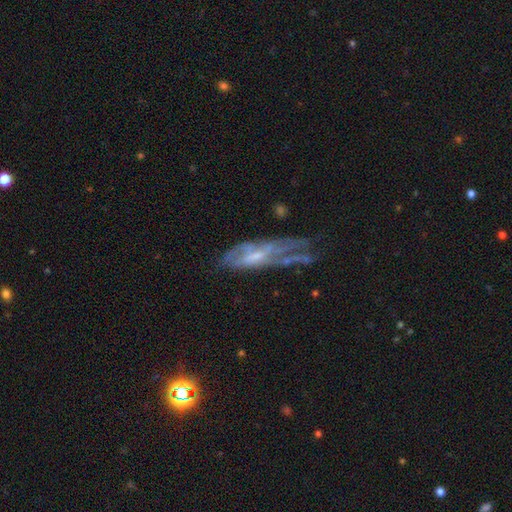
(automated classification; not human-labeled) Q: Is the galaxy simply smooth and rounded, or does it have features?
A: featured or disk — 67%.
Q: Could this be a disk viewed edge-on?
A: no — 77%.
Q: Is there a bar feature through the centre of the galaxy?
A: no — 55%.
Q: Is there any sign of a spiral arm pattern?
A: yes — 56%.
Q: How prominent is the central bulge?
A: small — 48%.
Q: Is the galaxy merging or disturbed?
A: major disturbance — 35%.